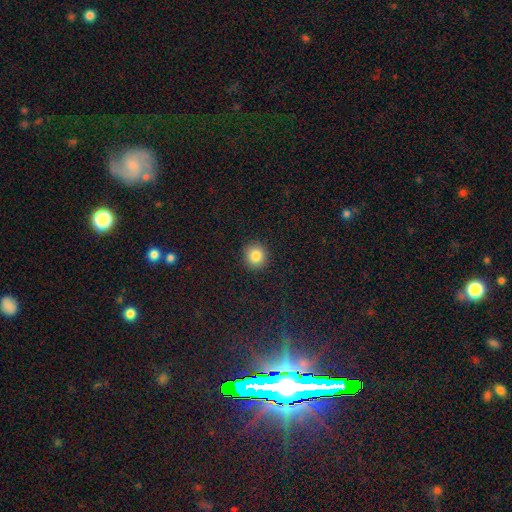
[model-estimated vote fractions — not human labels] Smooth or featured?
  - smooth: 85% *
  - star or artifact: 10%
  - featured or disk: 5%
How rounded?
  - round: 92% *
  - in between: 7%
  - cigar-shaped: 1%
Merging?
  - none: 92% *
  - minor disturbance: 5%
  - major disturbance: 2%
  - merger: 1%